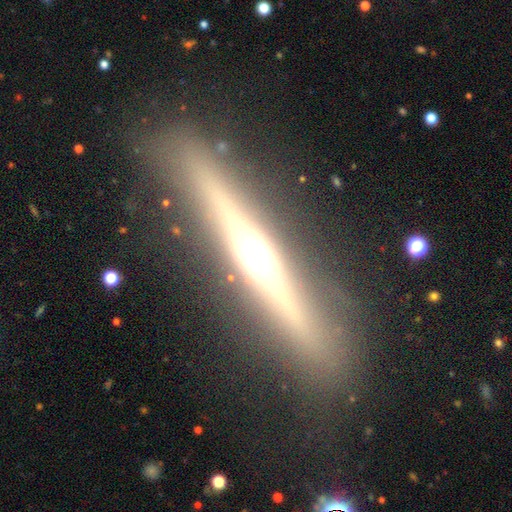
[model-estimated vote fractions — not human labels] featured or disk 77%, smooth 15%, star or artifact 8%. Down the decision tree: edge-on disk — yes (96%); edge-on bulge — rounded (86%); merging — none (87%).